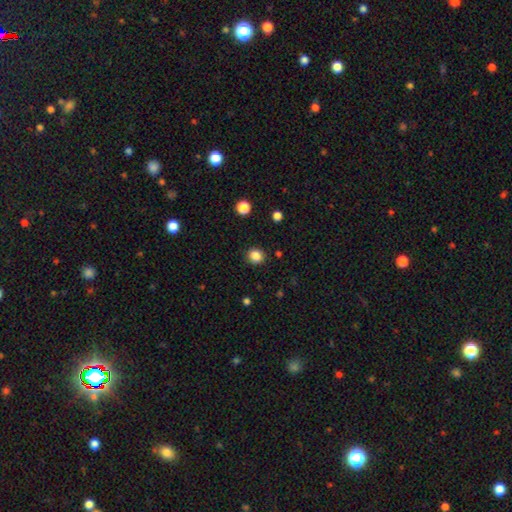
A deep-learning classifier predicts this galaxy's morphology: type=smooth (85%); roundness=round (82%); merging=none (89%).